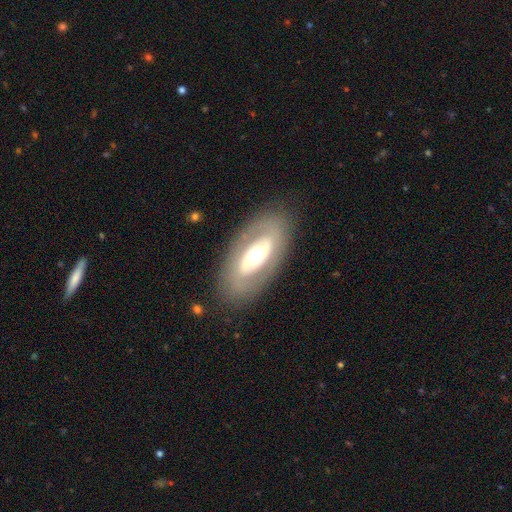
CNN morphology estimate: smooth-or-featured: featured or disk: 62% | smooth: 33% | star or artifact: 6%
  disk-edge-on: no: 88% | yes: 12%
    bar: no: 63% | weak: 20% | strong: 18%
    has-spiral-arms: no: 76% | yes: 24%
    bulge-size: moderate: 63% | large: 21% | small: 12% | dominant: 3% | none: 1%
  merging: none: 82% | minor disturbance: 11% | major disturbance: 6% | merger: 1%